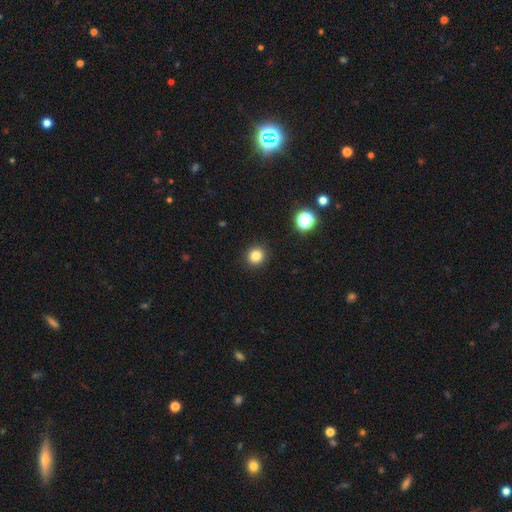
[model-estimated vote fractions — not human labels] The model was most divided on "smooth or featured": smooth: 83%, star or artifact: 13%, featured or disk: 4%. More confident: merging — none (91%); how rounded — round (87%).